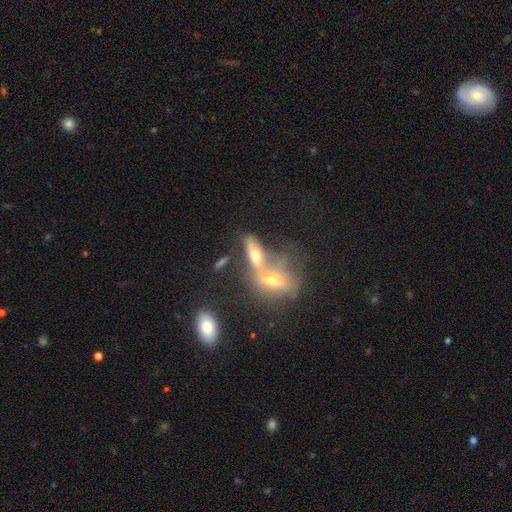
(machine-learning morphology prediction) The model was most divided on "smooth or featured": smooth: 50%, featured or disk: 36%, star or artifact: 14%. More confident: merging — merger (51%).